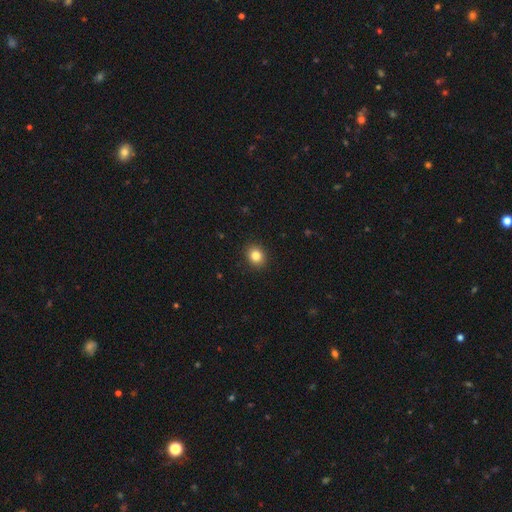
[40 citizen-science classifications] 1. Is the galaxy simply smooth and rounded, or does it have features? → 92% smooth, 8% featured or disk, 0% star or artifact.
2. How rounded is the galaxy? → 57% round, 43% in between, 0% cigar-shaped.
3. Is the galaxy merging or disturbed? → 90% none, 8% minor disturbance, 2% major disturbance, 0% merger.